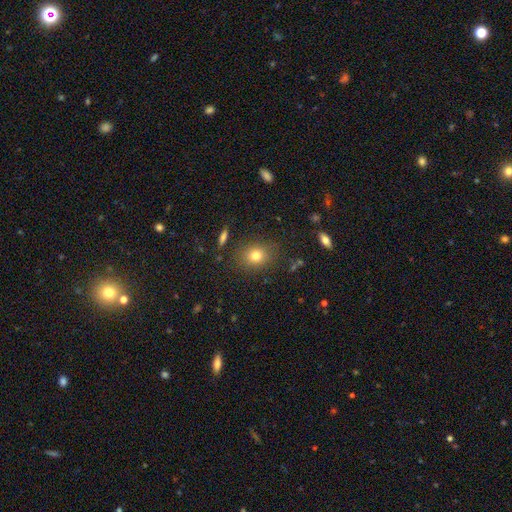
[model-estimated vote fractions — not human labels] smooth 77%, star or artifact 14%, featured or disk 9%. Down the decision tree: how rounded — round (65%); merging — none (85%).